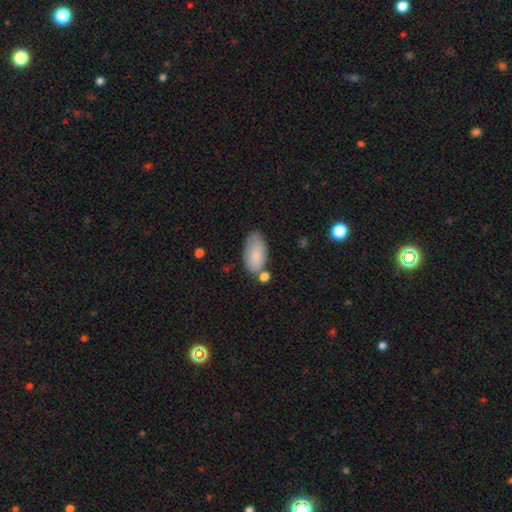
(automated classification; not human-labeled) Overall: smooth (82%). How rounded: in between (94%). Merging: none (60%; minor disturbance 24%).